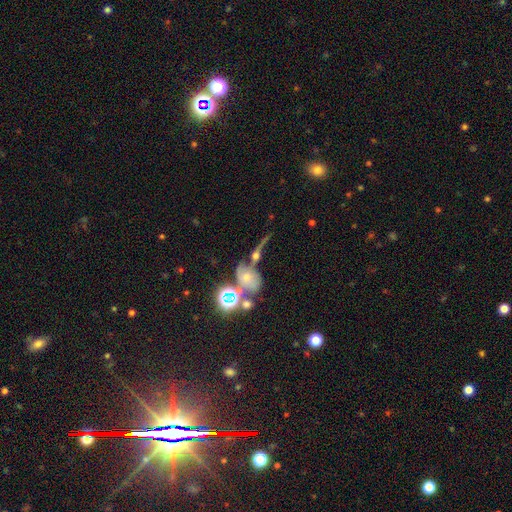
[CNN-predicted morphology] Overall: featured or disk (45%; smooth 34%). Merging: merger (40%; none 32%).